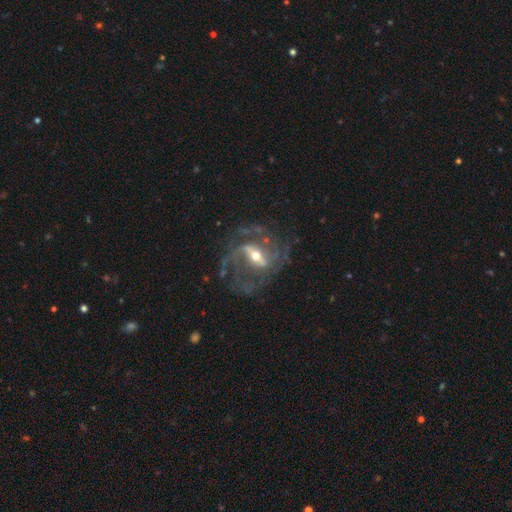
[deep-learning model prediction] smooth_or_featured: featured or disk (p=0.88) [alt: star or artifact p=0.06]
disk_edge_on: no (p=0.95) [alt: yes p=0.05]
bar: strong (p=0.61) [alt: weak p=0.29]
has_spiral_arms: yes (p=0.93) [alt: no p=0.07]
spiral_winding: medium (p=0.48) [alt: loose p=0.30]
spiral_arm_count: 2 (p=0.59) [alt: can't tell p=0.15]
bulge_size: moderate (p=0.59) [alt: small p=0.33]
merging: none (p=0.62) [alt: major disturbance p=0.19]